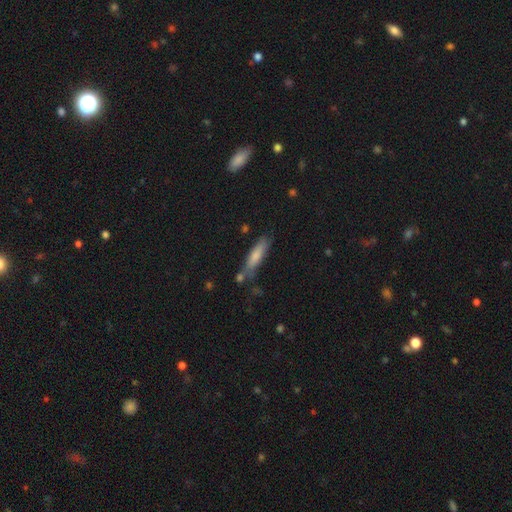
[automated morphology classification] A smooth galaxy with no disk features (75%) that is cigar-shaped (77%). Merging: none (66%).